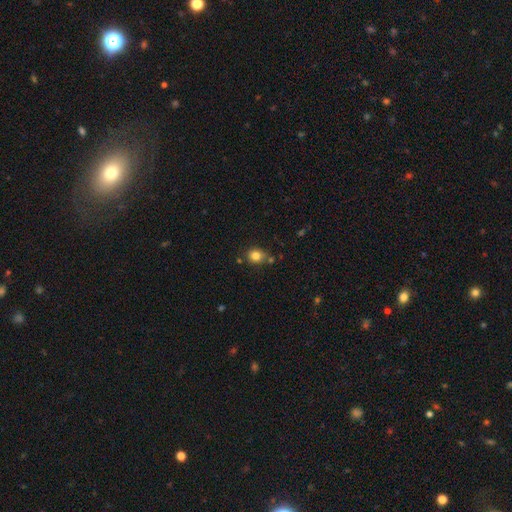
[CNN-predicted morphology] Overall: smooth (82%). How rounded: round (71%). Merging: none (75%).